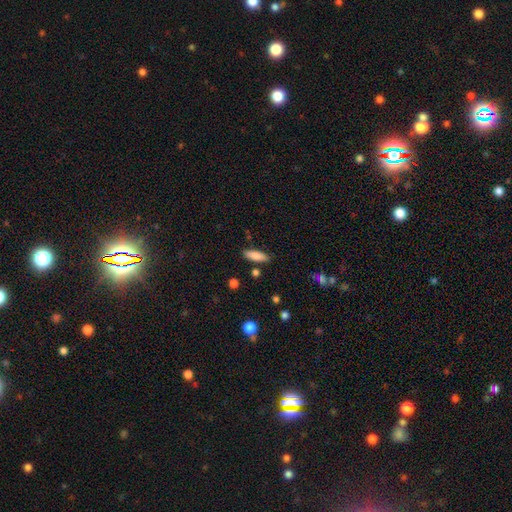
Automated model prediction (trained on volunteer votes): Overall: smooth (83%). How rounded: in between (56%; cigar-shaped 42%). Merging: none (84%).